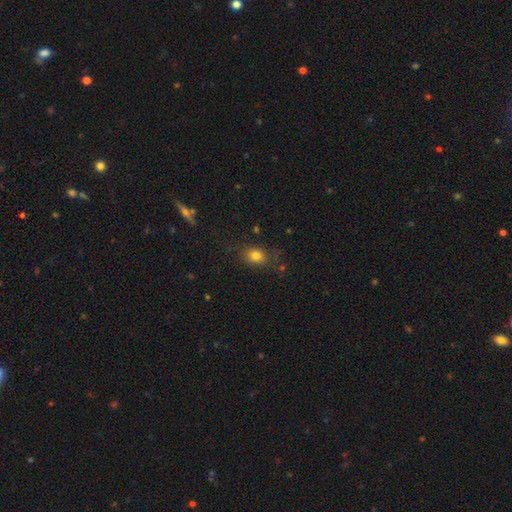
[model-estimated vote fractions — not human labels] Overall: smooth (78%). How rounded: in between (52%; round 46%). Merging: none (76%).